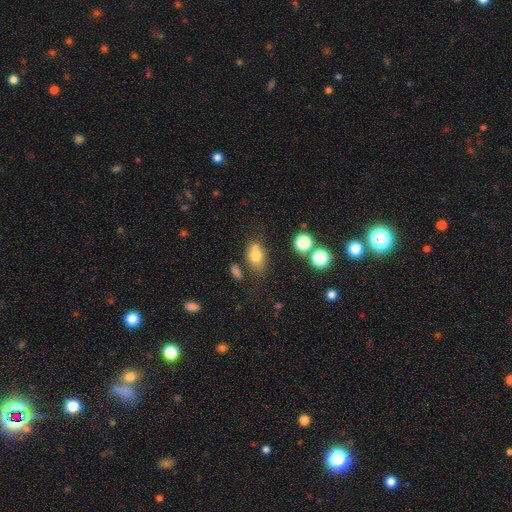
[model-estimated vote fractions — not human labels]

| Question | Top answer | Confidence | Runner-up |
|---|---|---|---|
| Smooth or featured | smooth | 73% | featured or disk (16%) |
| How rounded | in between | 78% | round (20%) |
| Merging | none | 54% | minor disturbance (20%) |